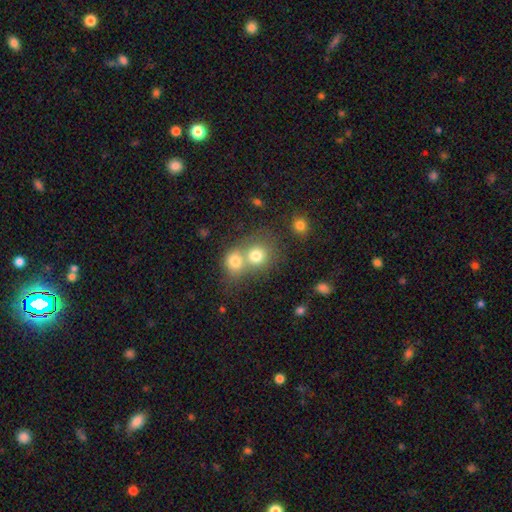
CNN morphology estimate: This appears to be a smooth galaxy with no disk features (76%) that is round (81%). Merging: merger (57%).